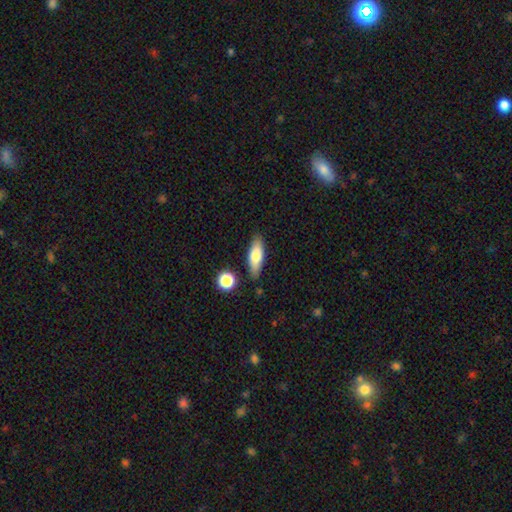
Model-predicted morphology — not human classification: smooth-or-featured: smooth: 74% | featured or disk: 19% | star or artifact: 7%
  how-rounded: in between: 63% | cigar-shaped: 34% | round: 3%
  merging: none: 82% | minor disturbance: 12% | merger: 4% | major disturbance: 3%